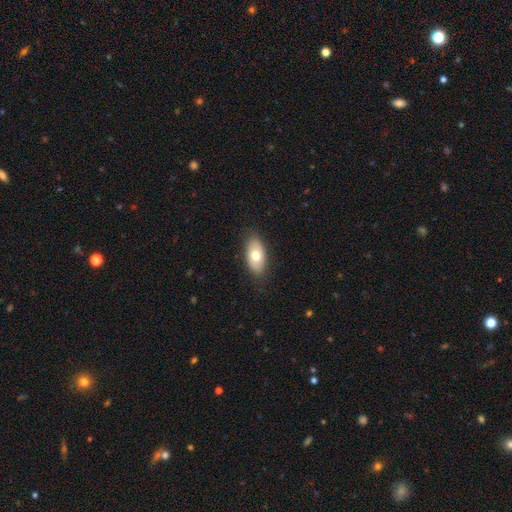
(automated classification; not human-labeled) Overall: smooth (71%). How rounded: in between (92%). Merging: none (85%).